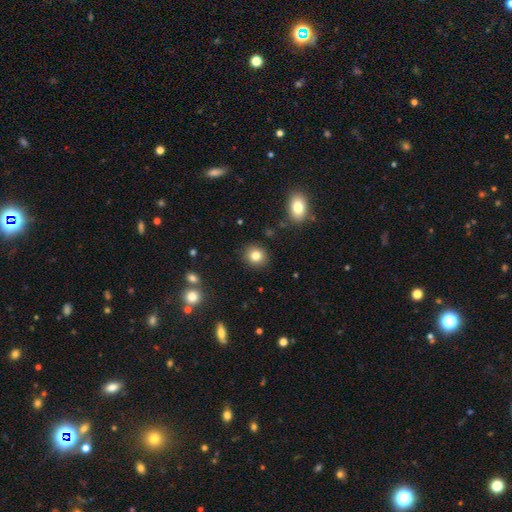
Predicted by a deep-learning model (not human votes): Smooth or featured? smooth (82%)
How rounded? round (80%)
Merging? none (89%)